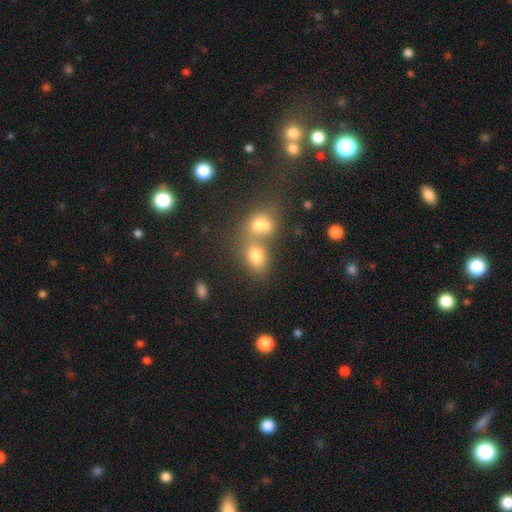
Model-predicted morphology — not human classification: A smooth galaxy with no disk features (72%) that is in between round and cigar-shaped (62%).

Vote fractions:
- Smooth or featured? smooth: 72% / star or artifact: 16% / featured or disk: 12%
- How rounded? in between: 62% / round: 36% / cigar-shaped: 2%
- Merging? merger: 49% / none: 39% / minor disturbance: 8% / major disturbance: 4%